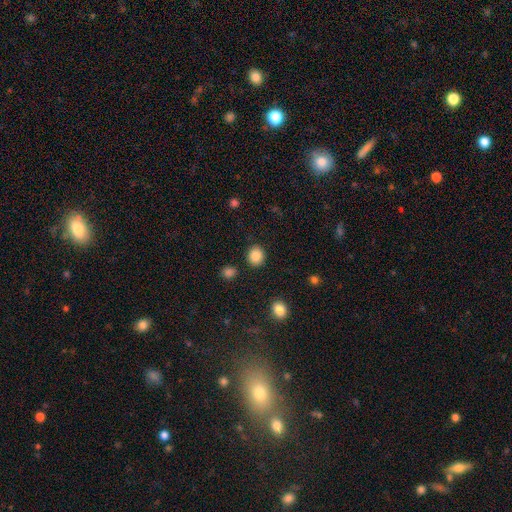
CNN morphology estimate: A smooth galaxy with no disk features (87%) that is round (75%). Merging: none (87%).